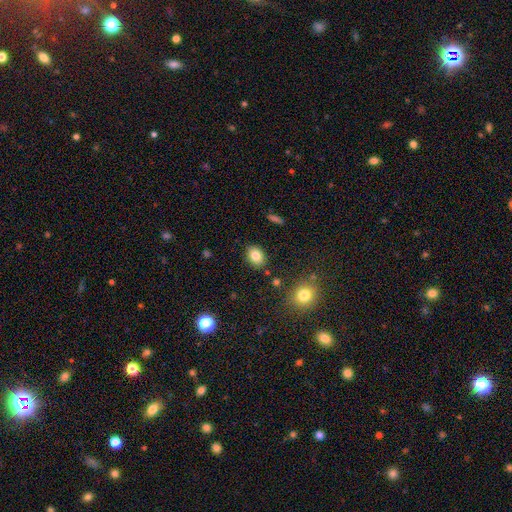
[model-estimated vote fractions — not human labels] smooth 83%, star or artifact 10%, featured or disk 8%. Down the decision tree: how rounded — in between (70%); merging — none (86%).